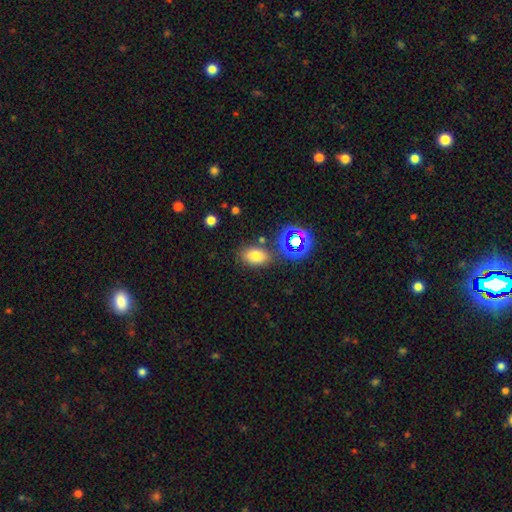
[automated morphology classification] A smooth galaxy with no disk features (72%) that is in between round and cigar-shaped (82%). Merging: none (77%).